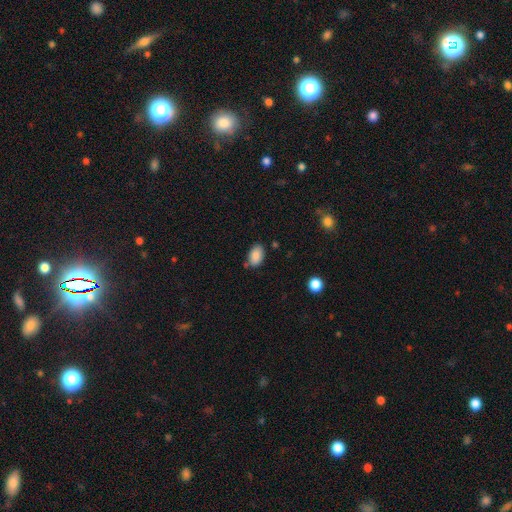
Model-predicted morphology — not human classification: This appears to be a smooth galaxy with no disk features (87%) that is in between round and cigar-shaped (89%). Merging: none (75%).